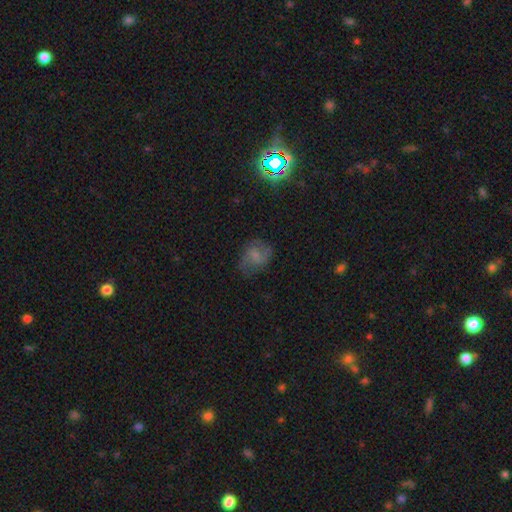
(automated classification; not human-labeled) Overall: smooth (46%; featured or disk 44%). Merging: none (58%; minor disturbance 26%).